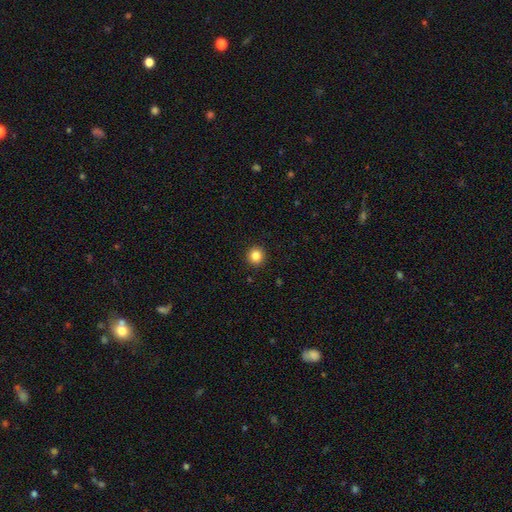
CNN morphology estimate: The model was most divided on "smooth or featured": smooth: 84%, star or artifact: 11%, featured or disk: 5%. More confident: how rounded — round (94%); merging — none (93%).